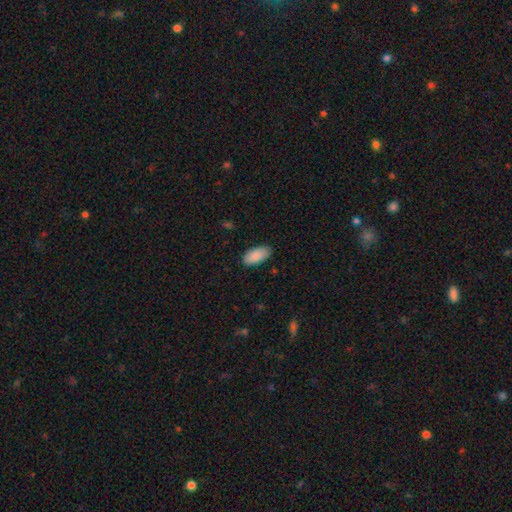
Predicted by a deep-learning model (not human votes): smooth_or_featured: smooth (p=0.89) [alt: star or artifact p=0.06]
how_rounded: in between (p=0.93) [alt: cigar-shaped p=0.05]
merging: none (p=0.85) [alt: minor disturbance p=0.12]